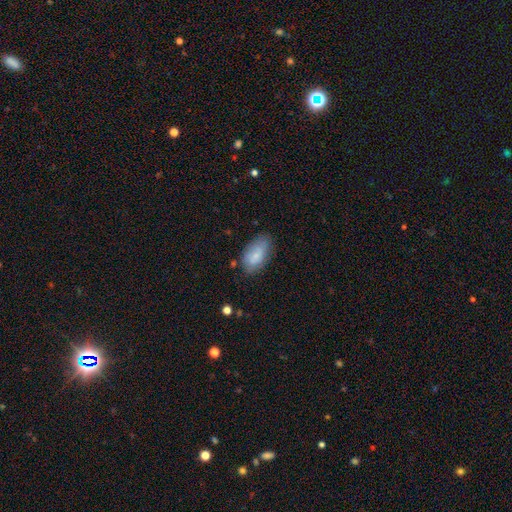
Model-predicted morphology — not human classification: A smooth galaxy with no disk features (74%) that is in between round and cigar-shaped (94%).

Vote fractions:
- Smooth or featured? smooth: 74% / featured or disk: 19% / star or artifact: 7%
- How rounded? in between: 94% / round: 3% / cigar-shaped: 3%
- Merging? none: 70% / minor disturbance: 22% / major disturbance: 5% / merger: 2%